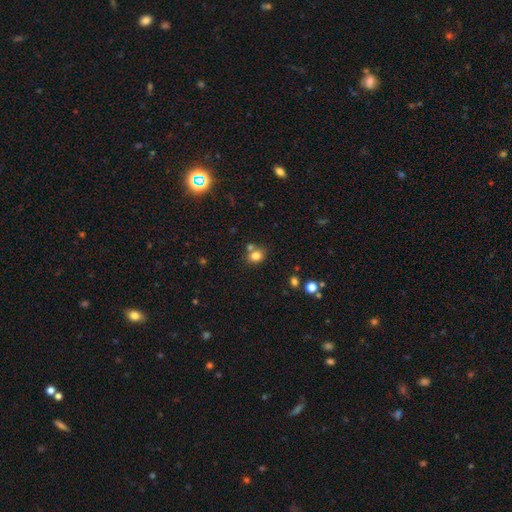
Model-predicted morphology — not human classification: This is likely a smooth galaxy (79%). How rounded: likely round (65%). Merging: likely none (63%).